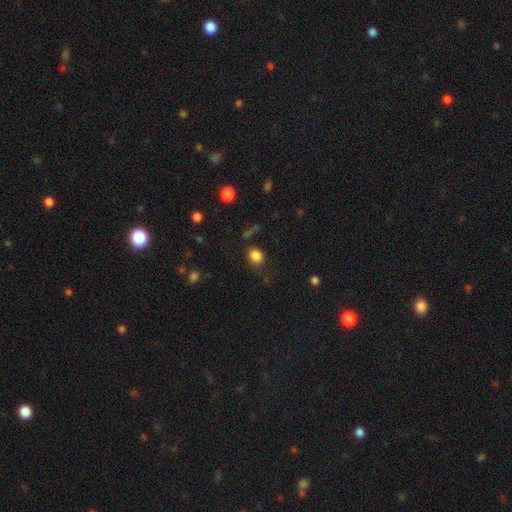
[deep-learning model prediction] smooth-or-featured: smooth: 84% | star or artifact: 11% | featured or disk: 5%
  how-rounded: round: 62% | in between: 37% | cigar-shaped: 1%
  merging: none: 72% | minor disturbance: 18% | major disturbance: 7% | merger: 3%